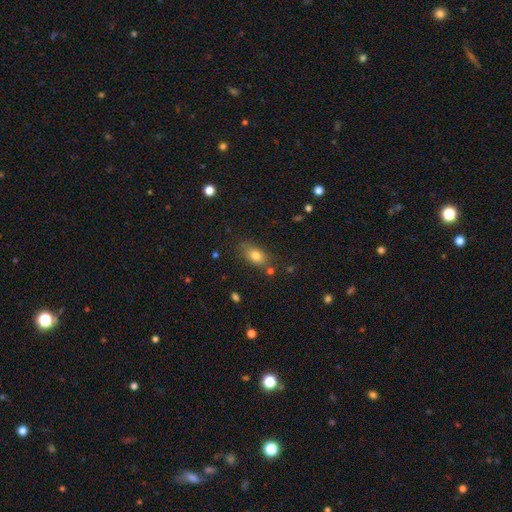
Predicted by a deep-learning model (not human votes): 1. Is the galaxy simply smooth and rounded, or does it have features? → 79% smooth, 10% featured or disk, 10% star or artifact.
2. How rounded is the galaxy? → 82% in between, 13% round, 5% cigar-shaped.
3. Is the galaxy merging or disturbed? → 73% none, 16% minor disturbance, 6% merger, 5% major disturbance.